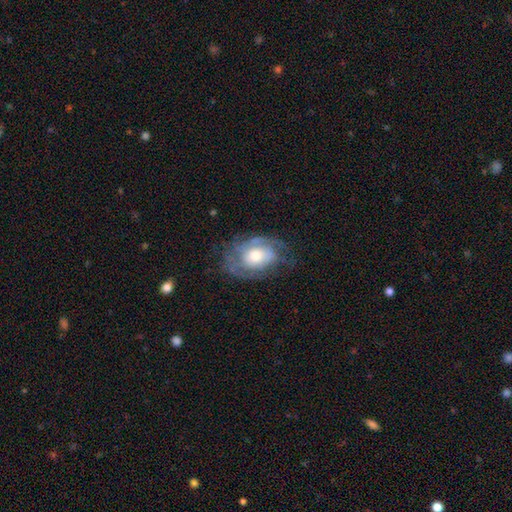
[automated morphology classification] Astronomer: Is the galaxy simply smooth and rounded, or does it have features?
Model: featured or disk — 63%.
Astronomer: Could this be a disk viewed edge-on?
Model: no — 95%.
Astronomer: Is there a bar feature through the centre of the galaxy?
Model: no — 77%.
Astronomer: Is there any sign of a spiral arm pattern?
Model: yes — 69%.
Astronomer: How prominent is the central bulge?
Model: moderate — 59%.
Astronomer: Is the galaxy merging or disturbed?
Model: none — 57%.